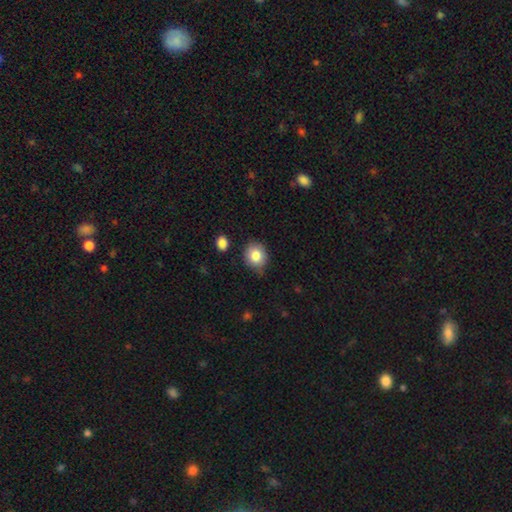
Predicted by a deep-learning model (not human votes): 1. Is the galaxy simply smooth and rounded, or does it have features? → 84% smooth, 9% star or artifact, 8% featured or disk.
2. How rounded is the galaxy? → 72% round, 27% in between, 1% cigar-shaped.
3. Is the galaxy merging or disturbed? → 78% none, 16% minor disturbance, 3% merger, 3% major disturbance.